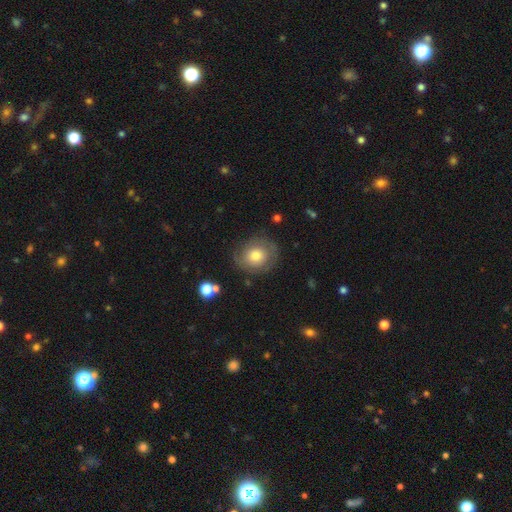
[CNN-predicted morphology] Smooth or featured: smooth — 50% (featured or disk — 42%)
Merging: none — 77% (minor disturbance — 15%)